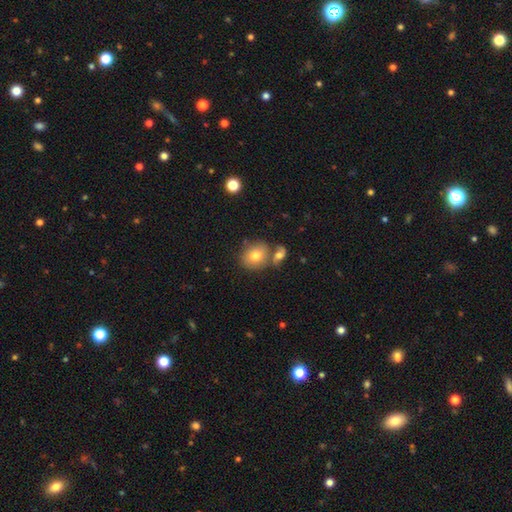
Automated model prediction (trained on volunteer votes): smooth_or_featured: smooth (p=0.76) [alt: featured or disk p=0.15]
how_rounded: round (p=0.64) [alt: in between p=0.35]
merging: none (p=0.55) [alt: merger p=0.29]